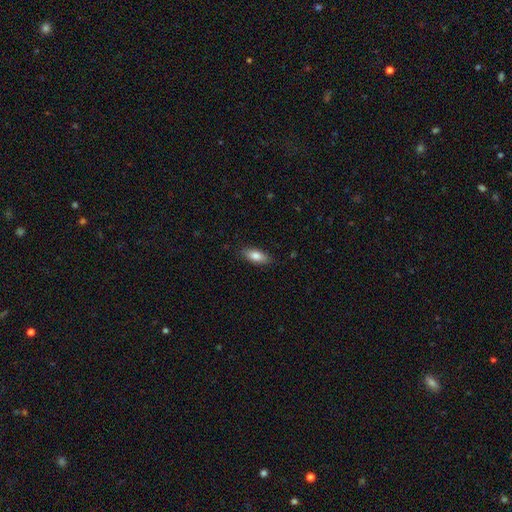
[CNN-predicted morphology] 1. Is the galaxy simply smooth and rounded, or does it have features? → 81% smooth, 12% featured or disk, 7% star or artifact.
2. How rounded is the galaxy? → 81% in between, 16% cigar-shaped, 3% round.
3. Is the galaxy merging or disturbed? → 86% none, 11% minor disturbance, 2% major disturbance, 1% merger.